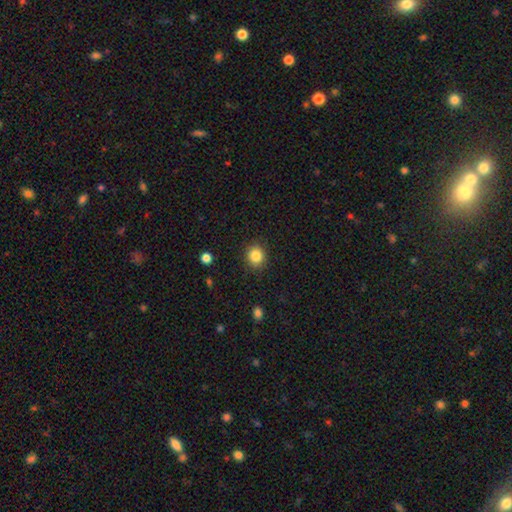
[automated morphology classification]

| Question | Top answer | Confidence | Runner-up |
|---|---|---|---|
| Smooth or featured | smooth | 84% | star or artifact (10%) |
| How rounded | round | 82% | in between (17%) |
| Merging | none | 89% | minor disturbance (8%) |